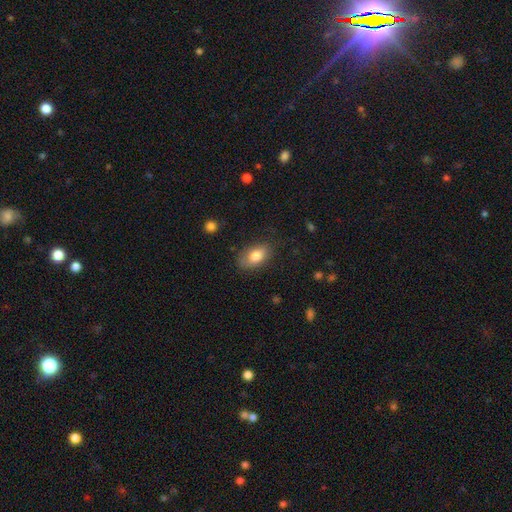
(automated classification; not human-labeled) smooth-or-featured: smooth: 81% | featured or disk: 12% | star or artifact: 7%
  how-rounded: in between: 90% | round: 8% | cigar-shaped: 2%
  merging: none: 73% | minor disturbance: 20% | major disturbance: 6% | merger: 1%